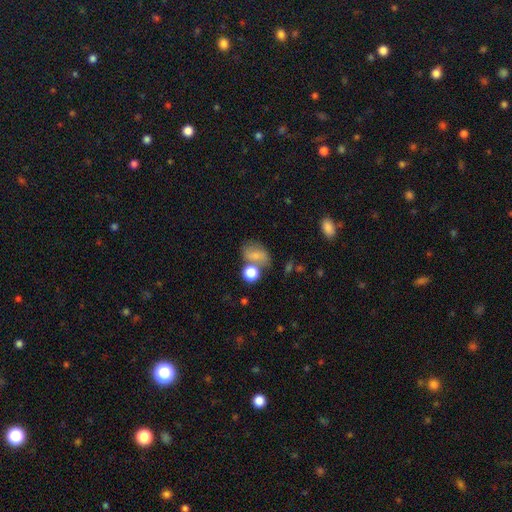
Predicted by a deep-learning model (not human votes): smooth_or_featured: smooth (p=0.66) [alt: featured or disk p=0.22]
how_rounded: in between (p=0.69) [alt: round p=0.29]
merging: none (p=0.46) [alt: merger p=0.25]